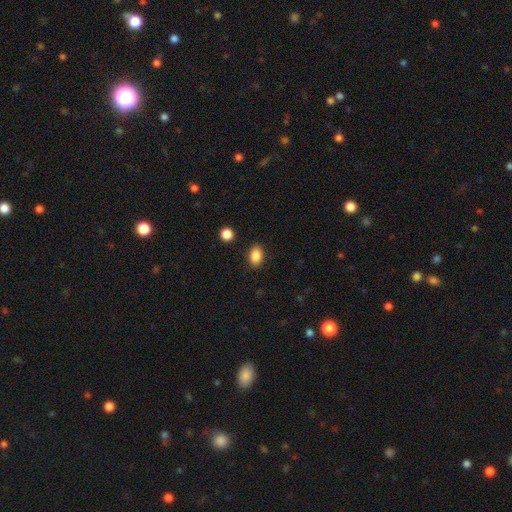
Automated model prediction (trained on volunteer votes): smooth 87%, star or artifact 9%, featured or disk 4%. Down the decision tree: how rounded — in between (79%); merging — none (87%).